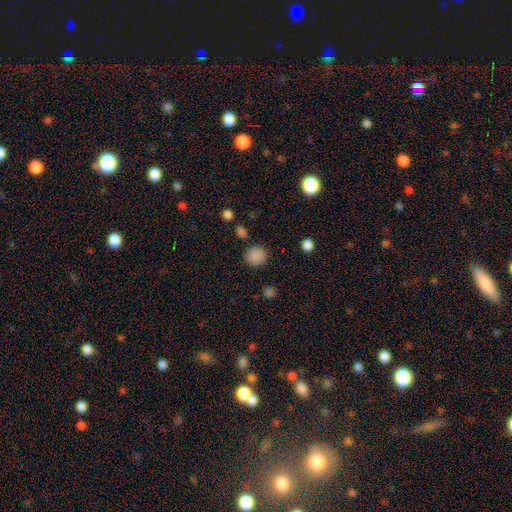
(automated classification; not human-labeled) smooth 85%, star or artifact 12%, featured or disk 3%. Down the decision tree: how rounded — round (85%); merging — none (86%).